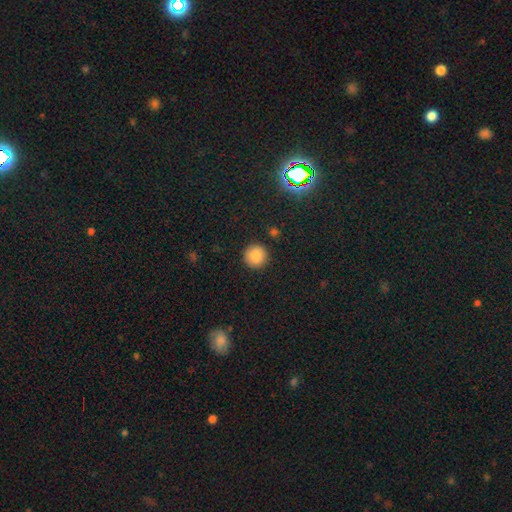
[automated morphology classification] This is clearly a smooth galaxy (86%). How rounded: clearly round (95%). Merging: clearly none (92%).